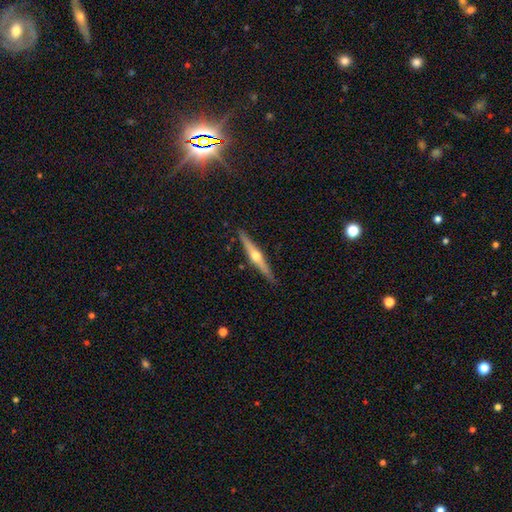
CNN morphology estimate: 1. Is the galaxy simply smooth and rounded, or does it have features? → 72% featured or disk, 23% smooth, 5% star or artifact.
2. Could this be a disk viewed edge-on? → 97% yes, 3% no.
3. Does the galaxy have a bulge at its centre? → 94% rounded, 4% none, 2% boxy.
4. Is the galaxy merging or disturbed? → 89% none, 8% minor disturbance, 2% major disturbance, 1% merger.